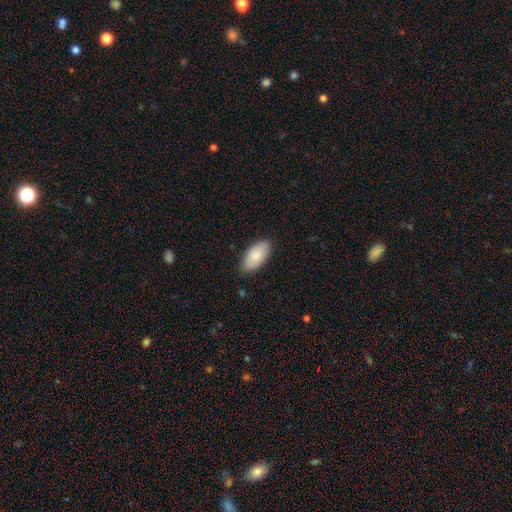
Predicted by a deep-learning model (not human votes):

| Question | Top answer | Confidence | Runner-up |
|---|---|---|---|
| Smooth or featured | smooth | 85% | featured or disk (10%) |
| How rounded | in between | 94% | cigar-shaped (4%) |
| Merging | none | 85% | minor disturbance (12%) |